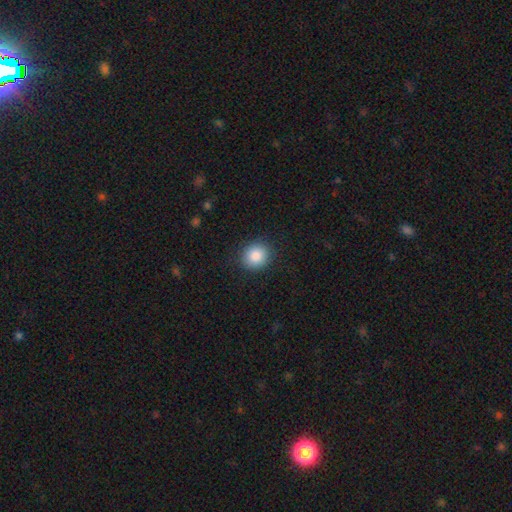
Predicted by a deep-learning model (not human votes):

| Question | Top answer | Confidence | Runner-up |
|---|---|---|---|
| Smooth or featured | smooth | 87% | star or artifact (8%) |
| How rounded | round | 82% | in between (17%) |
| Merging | none | 88% | minor disturbance (8%) |